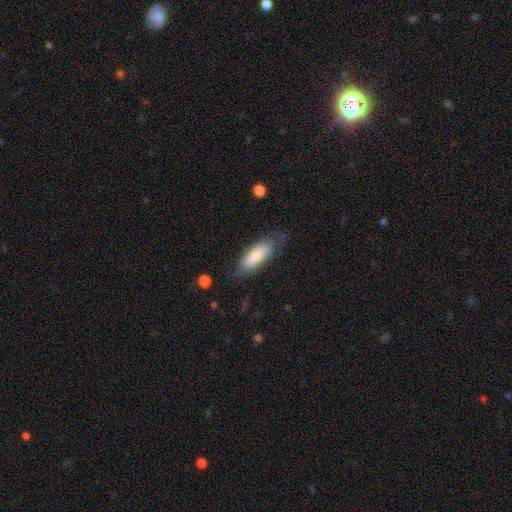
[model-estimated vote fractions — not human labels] Smooth or featured? Predicted: smooth (p=0.77). How rounded? Predicted: in between (p=0.67). Merging? Predicted: none (p=0.72).